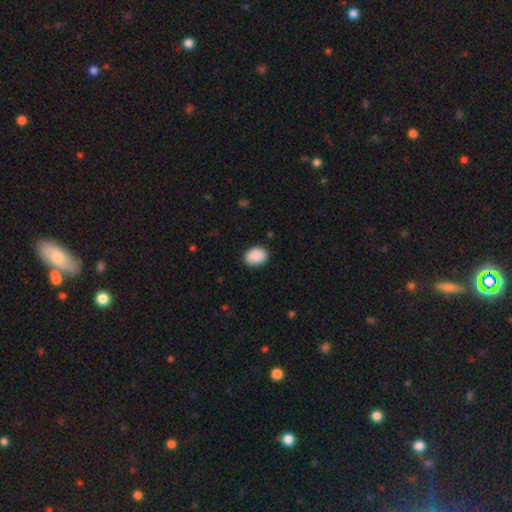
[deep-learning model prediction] This appears to be a smooth galaxy with no disk features (90%) that is in between round and cigar-shaped (72%). Merging: none (87%).